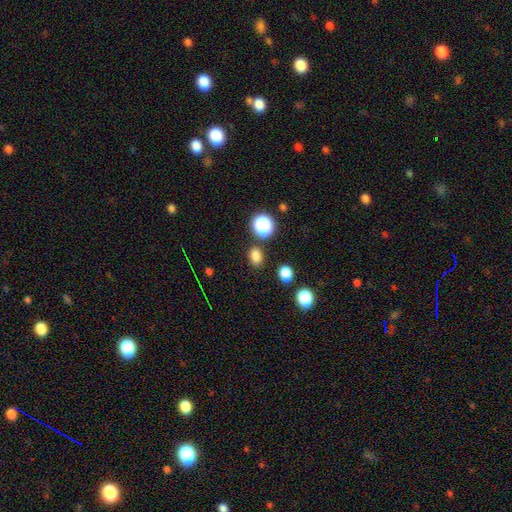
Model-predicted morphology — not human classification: A smooth galaxy with no disk features (79%) that is in between round and cigar-shaped (58%). Merging: none (83%).